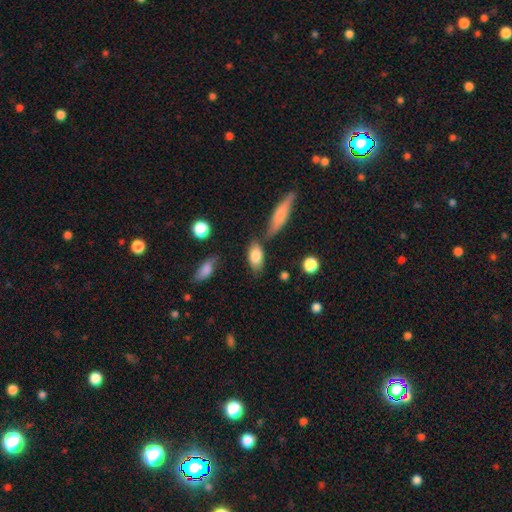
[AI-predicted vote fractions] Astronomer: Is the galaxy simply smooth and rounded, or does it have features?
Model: smooth — 82%.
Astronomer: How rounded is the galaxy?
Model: in between — 91%.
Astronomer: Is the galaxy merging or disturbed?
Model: none — 66%.